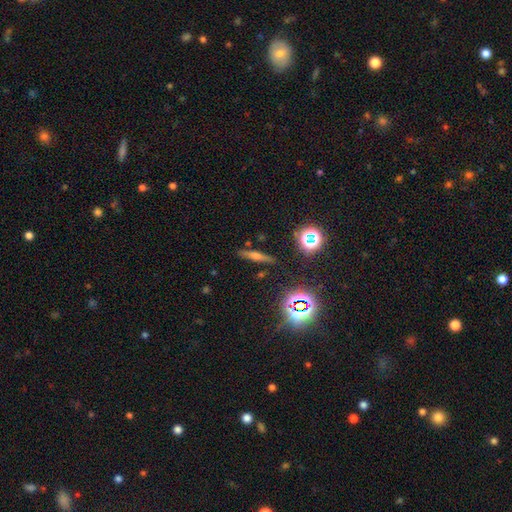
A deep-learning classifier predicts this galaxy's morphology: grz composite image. It shows a smooth galaxy with no disk features (43%). Merging: none (85%).